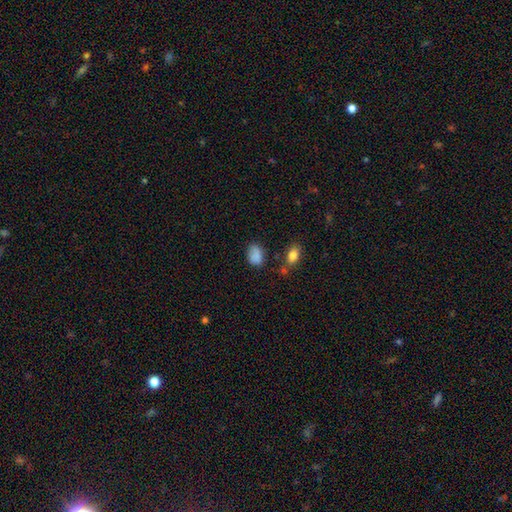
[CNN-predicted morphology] This appears to be a smooth galaxy with no disk features (85%) that is in between round and cigar-shaped (82%). Merging: none (63%).